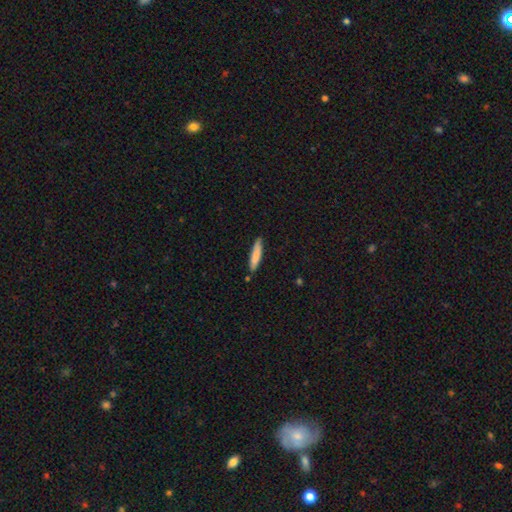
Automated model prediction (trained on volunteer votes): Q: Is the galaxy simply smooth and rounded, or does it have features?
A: smooth — 82%.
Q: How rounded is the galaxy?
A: cigar-shaped — 85%.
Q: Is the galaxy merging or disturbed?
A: none — 82%.